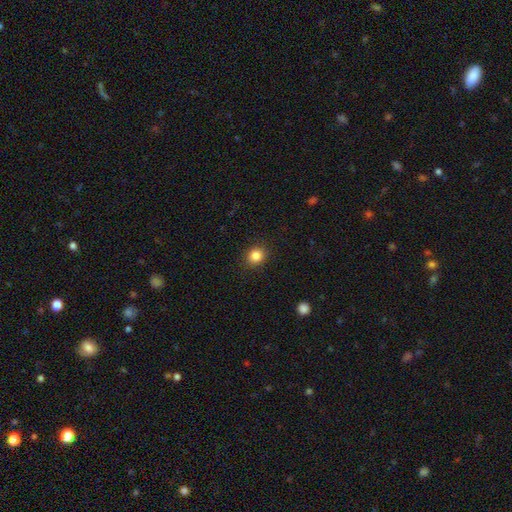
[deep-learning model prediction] smooth 84%, star or artifact 11%, featured or disk 5%. Down the decision tree: how rounded — round (79%); merging — none (90%).